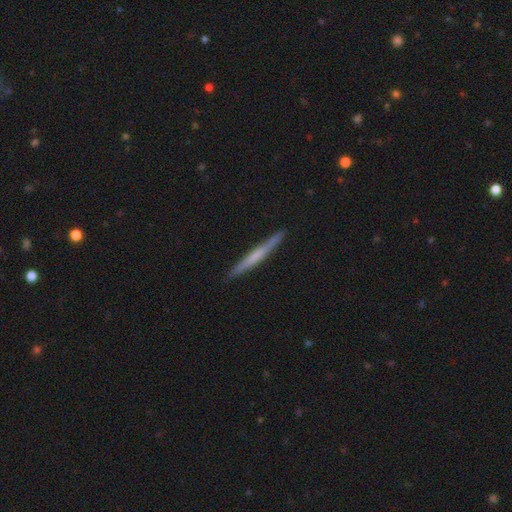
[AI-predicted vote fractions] This appears to be a featured or disk galaxy (50%) viewed edge-on (97%). Merging: none (91%).